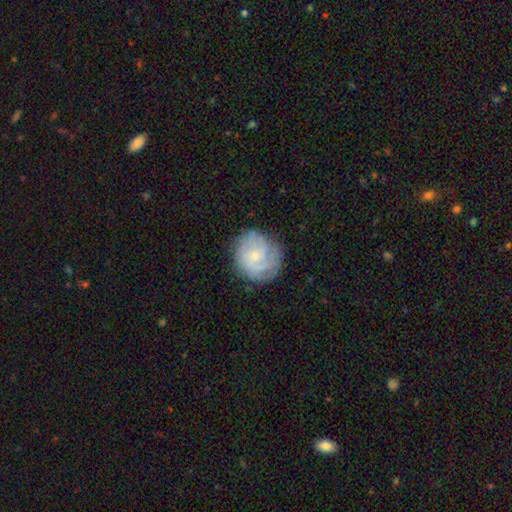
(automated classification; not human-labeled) Smooth or featured? featured or disk (61%)
Edge-on disk? no (98%)
Bar? no (74%)
Spiral arms? yes (84%)
Spiral winding? tight (59%)
Spiral arm count? can't tell (43%)
Bulge size? small (69%)
Merging? none (73%)